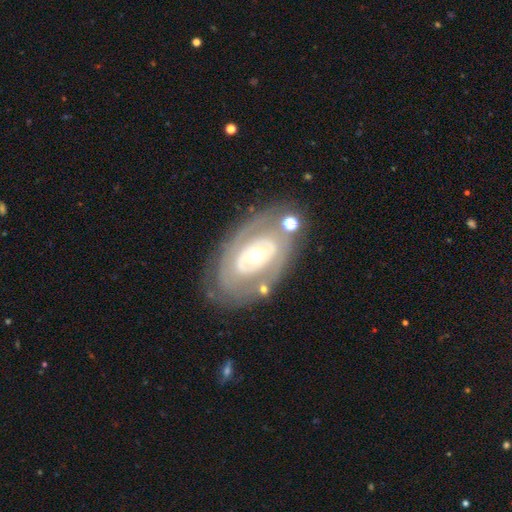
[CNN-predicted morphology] Overall: featured or disk (77%). Edge-on disk: no (93%). Bar: no (69%). Spiral arms: no (51%; yes 49%). Bulge size: moderate (53%; small 39%). Merging: none (71%).